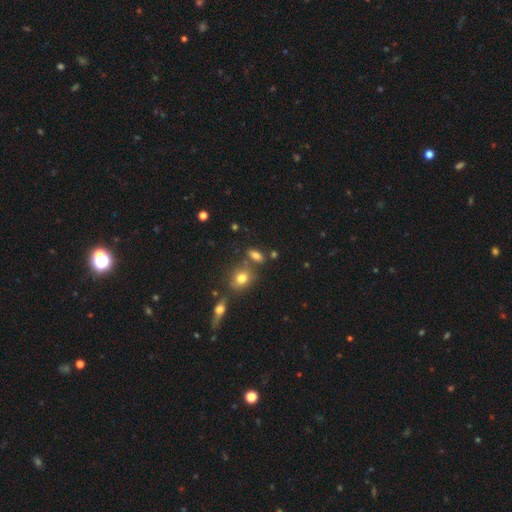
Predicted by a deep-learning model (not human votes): Q: Smooth or featured?
A: smooth (73%); runner-up: featured or disk (14%)
Q: How rounded?
A: in between (74%); runner-up: cigar-shaped (14%)
Q: Merging?
A: none (70%); runner-up: merger (14%)